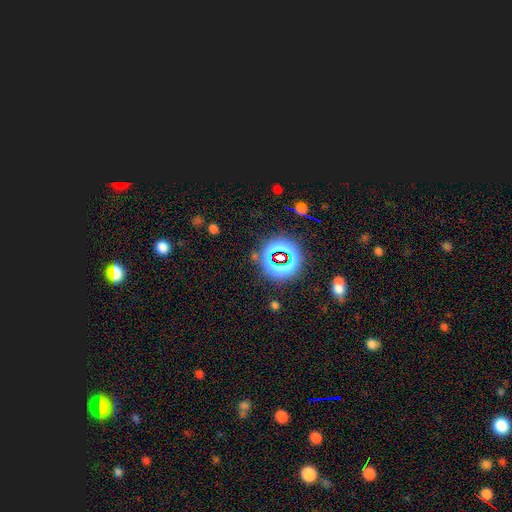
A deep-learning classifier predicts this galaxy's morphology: Smooth or featured? Predicted: star or artifact (p=0.73).